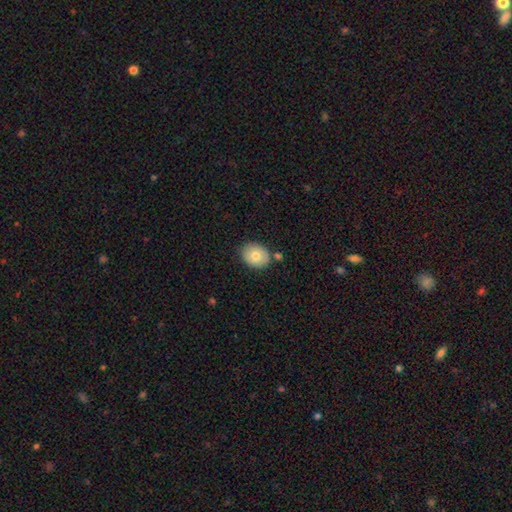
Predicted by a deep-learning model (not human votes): Smooth or featured?
  - smooth: 77% *
  - featured or disk: 16%
  - star or artifact: 7%
How rounded?
  - in between: 53% *
  - round: 47%
  - cigar-shaped: 1%
Merging?
  - none: 77% *
  - minor disturbance: 14%
  - merger: 7%
  - major disturbance: 3%